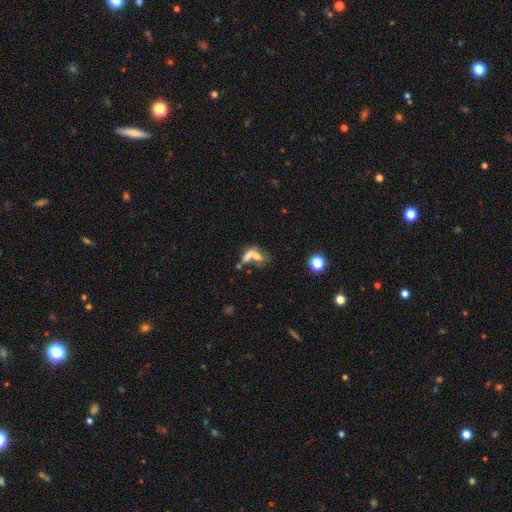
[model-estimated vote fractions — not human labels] smooth_or_featured: smooth (p=0.57) [alt: featured or disk p=0.28]
how_rounded: in between (p=0.66) [alt: round p=0.18]
merging: merger (p=0.57) [alt: none p=0.22]